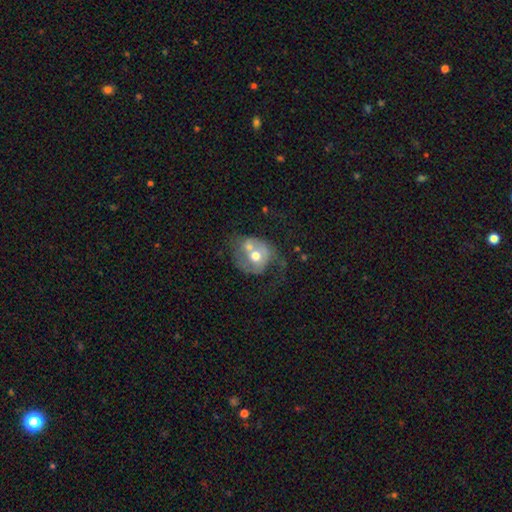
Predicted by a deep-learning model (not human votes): Smooth or featured? Predicted: featured or disk (p=0.53). Edge-on disk? Predicted: no (p=0.97). Bar? Predicted: no (p=0.80). Spiral arms? Predicted: no (p=0.53). Bulge size? Predicted: moderate (p=0.74). Merging? Predicted: merger (p=0.37).